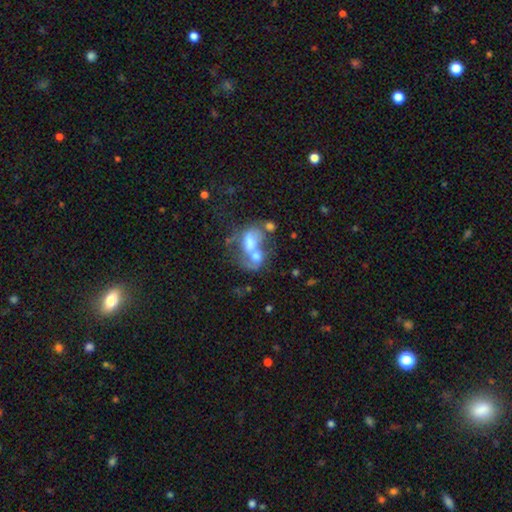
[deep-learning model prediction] Morphology: type=smooth (46%); merging=merger (68%).